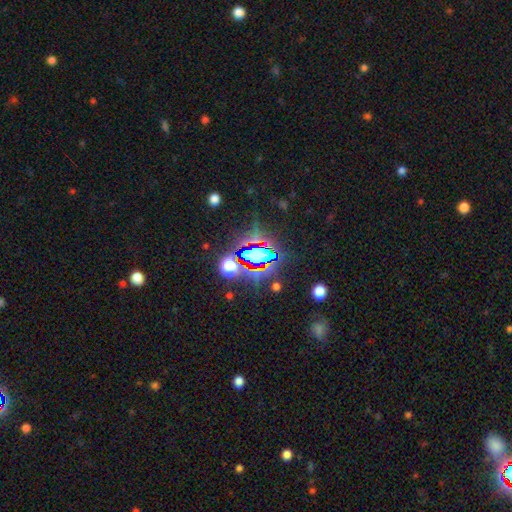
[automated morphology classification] type=star or artifact (70%).